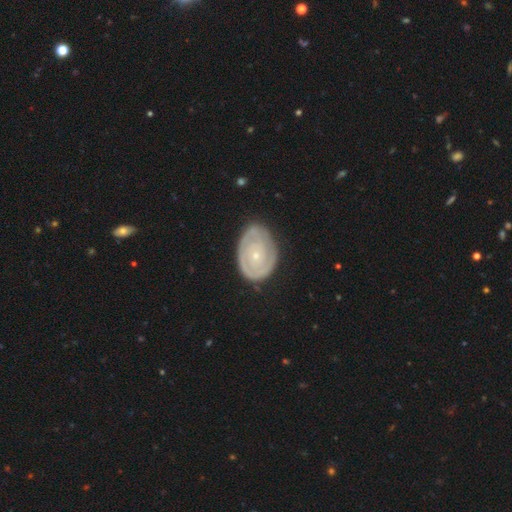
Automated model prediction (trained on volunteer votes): Q: Smooth or featured?
A: featured or disk (71%); runner-up: smooth (23%)
Q: Edge-on disk?
A: no (96%); runner-up: yes (4%)
Q: Bar?
A: no (84%); runner-up: weak (13%)
Q: Spiral arms?
A: yes (72%); runner-up: no (28%)
Q: Bulge size?
A: small (80%); runner-up: moderate (16%)
Q: Merging?
A: none (72%); runner-up: minor disturbance (20%)